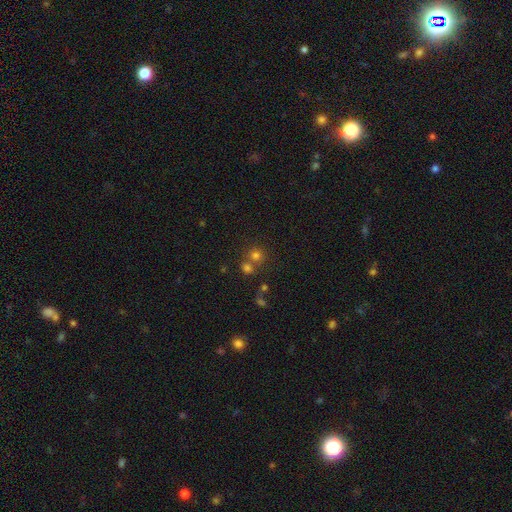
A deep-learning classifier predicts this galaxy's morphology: smooth-or-featured: smooth: 69% | star or artifact: 21% | featured or disk: 9%
  how-rounded: round: 87% | in between: 12% | cigar-shaped: 1%
  merging: none: 56% | merger: 35% | minor disturbance: 6% | major disturbance: 3%